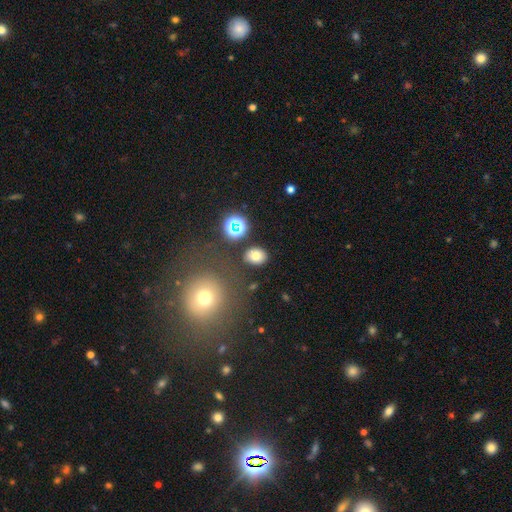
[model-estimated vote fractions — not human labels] Smooth or featured? smooth (75%)
How rounded? in between (55%)
Merging? none (82%)